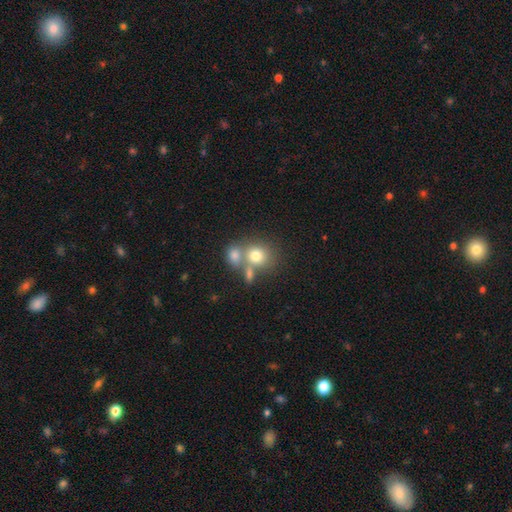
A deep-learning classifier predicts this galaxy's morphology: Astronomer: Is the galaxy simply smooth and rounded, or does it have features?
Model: smooth — 74%.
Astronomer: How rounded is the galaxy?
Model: round — 74%.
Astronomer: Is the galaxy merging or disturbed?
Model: merger — 44% (runner-up: none, 42%).